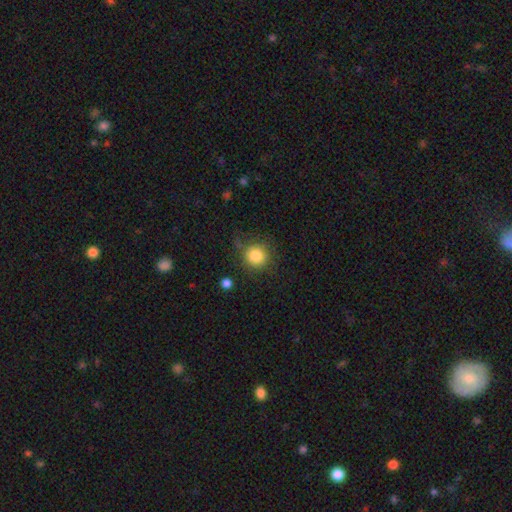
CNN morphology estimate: smooth_or_featured: smooth (p=0.84) [alt: star or artifact p=0.10]
how_rounded: round (p=0.92) [alt: in between p=0.07]
merging: none (p=0.76) [alt: minor disturbance p=0.15]